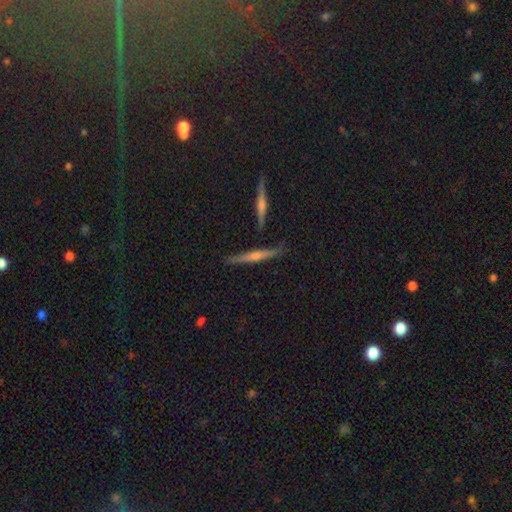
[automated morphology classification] This appears to be a featured or disk galaxy (67%) viewed edge-on (96%) with a rounded central bulge (78%). Merging: none (85%).